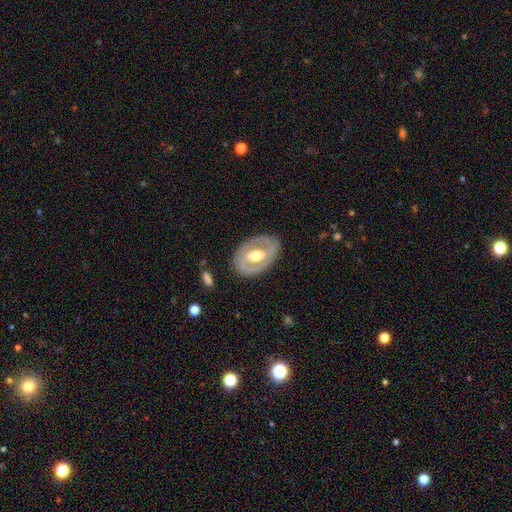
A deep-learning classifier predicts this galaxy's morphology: This is likely a featured or disk galaxy (74%). It is clearly not viewed edge-on (94%). Bar: marginally weak (36%, tied with no). Spiral arm pattern: possibly yes (51%). Central bulge: likely moderate (69%). Merging: clearly none (82%).